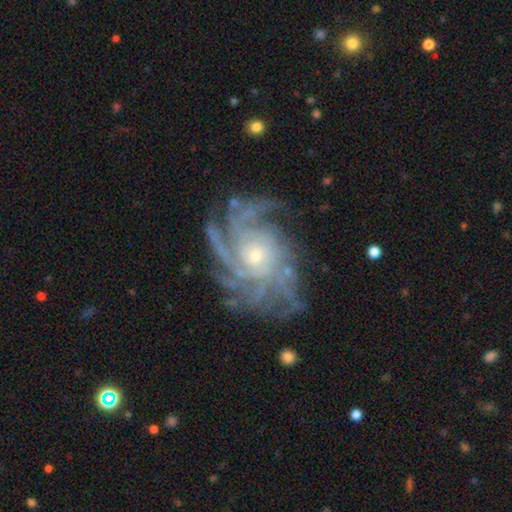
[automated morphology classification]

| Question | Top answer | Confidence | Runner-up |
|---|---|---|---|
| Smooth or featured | featured or disk | 89% | star or artifact (7%) |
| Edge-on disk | no | 97% | yes (3%) |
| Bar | no | 76% | weak (19%) |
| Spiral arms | yes | 98% | no (2%) |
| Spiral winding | tight | 66% | medium (28%) |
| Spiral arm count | more than 4 | 32% | 4 (24%) |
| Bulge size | small | 65% | moderate (30%) |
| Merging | none | 74% | minor disturbance (16%) |